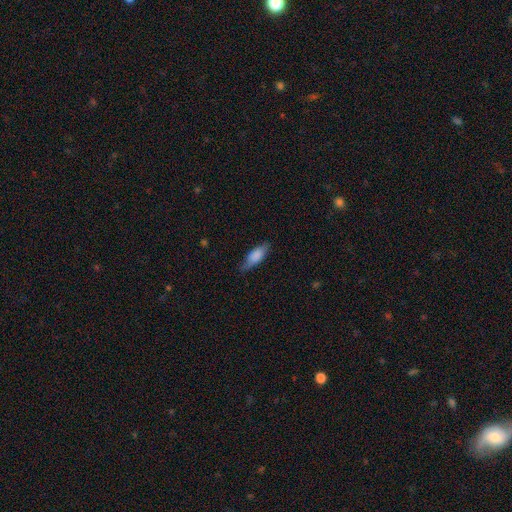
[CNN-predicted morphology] Smooth or featured? Predicted: smooth (p=0.81). How rounded? Predicted: in between (p=0.69). Merging? Predicted: none (p=0.74).